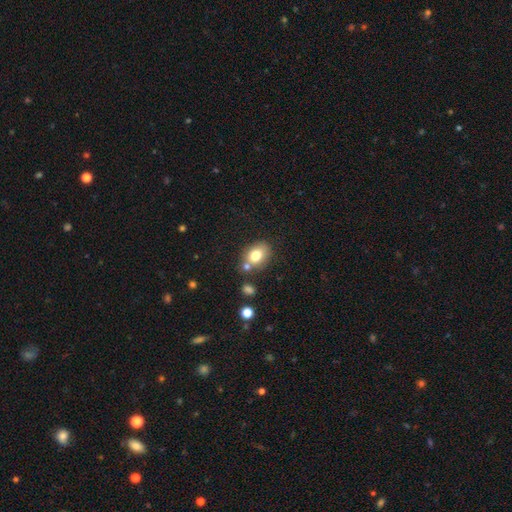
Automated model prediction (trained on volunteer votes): Overall: smooth (77%). How rounded: in between (68%; round 31%). Merging: none (64%).